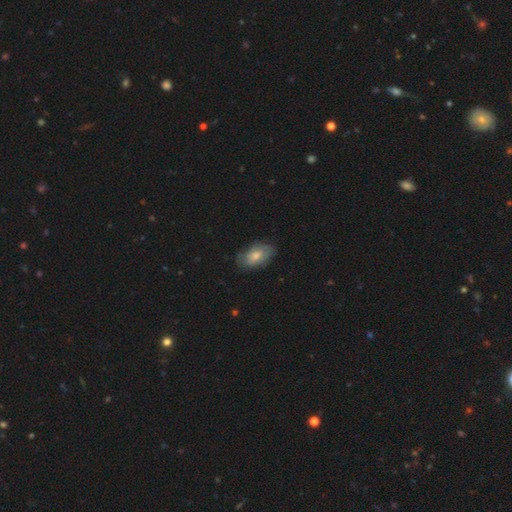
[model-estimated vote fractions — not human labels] A smooth galaxy with no disk features (69%) that is in between round and cigar-shaped (92%).

Vote fractions:
- Smooth or featured? smooth: 69% / featured or disk: 25% / star or artifact: 6%
- How rounded? in between: 92% / round: 6% / cigar-shaped: 2%
- Merging? none: 73% / minor disturbance: 21% / major disturbance: 5% / merger: 1%